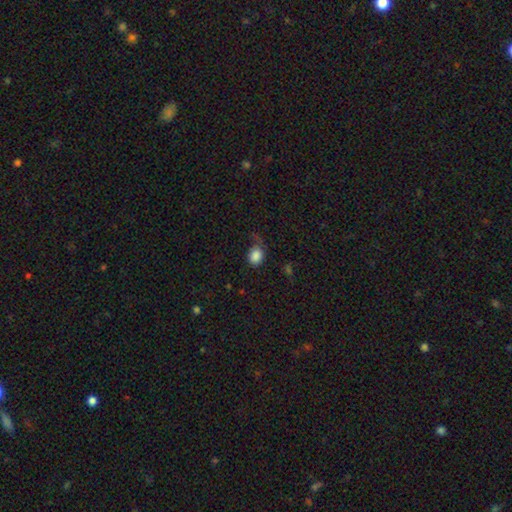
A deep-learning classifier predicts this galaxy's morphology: smooth 84%, star or artifact 9%, featured or disk 7%. Down the decision tree: how rounded — round (51%); merging — none (53%).